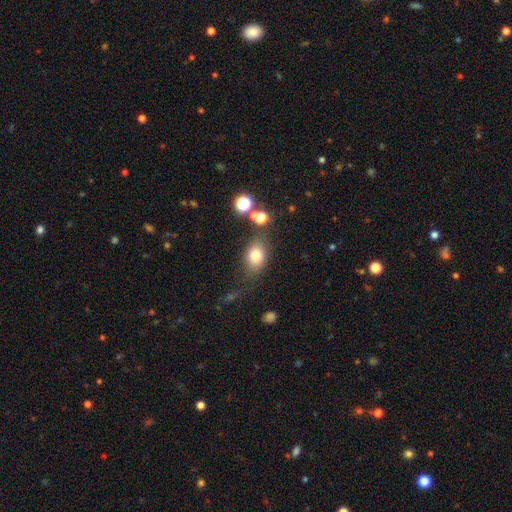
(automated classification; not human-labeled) Smooth or featured? Predicted: smooth (p=0.77). How rounded? Predicted: in between (p=0.68). Merging? Predicted: none (p=0.66).